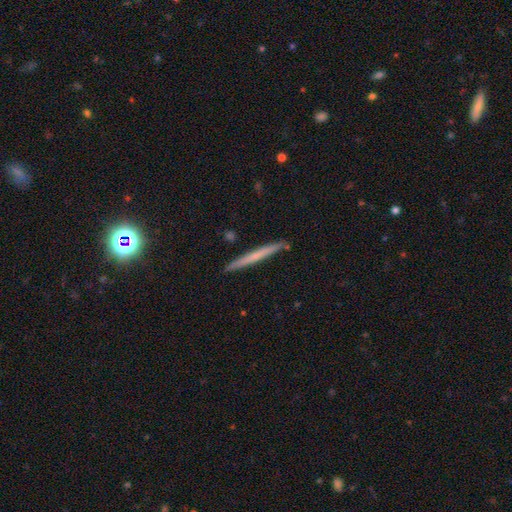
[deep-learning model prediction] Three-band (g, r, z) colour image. It shows a smooth galaxy with no disk features (50%) that is cigar-shaped (97%). Merging: none (90%).